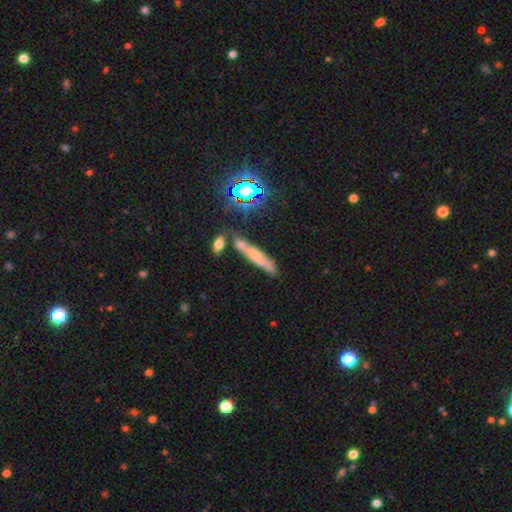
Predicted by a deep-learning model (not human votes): Smooth or featured?
  - smooth: 54% *
  - featured or disk: 30%
  - star or artifact: 17%
How rounded?
  - cigar-shaped: 82% *
  - in between: 13%
  - round: 5%
Merging?
  - none: 63% *
  - merger: 17%
  - minor disturbance: 15%
  - major disturbance: 5%